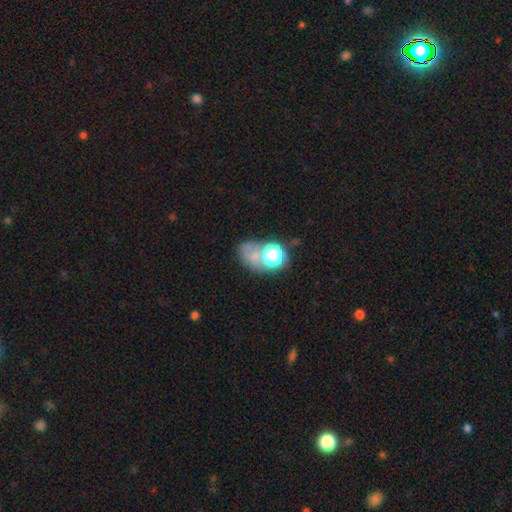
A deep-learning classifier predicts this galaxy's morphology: Smooth or featured? smooth (50%)
How rounded? in between (57%)
Merging? none (37%)